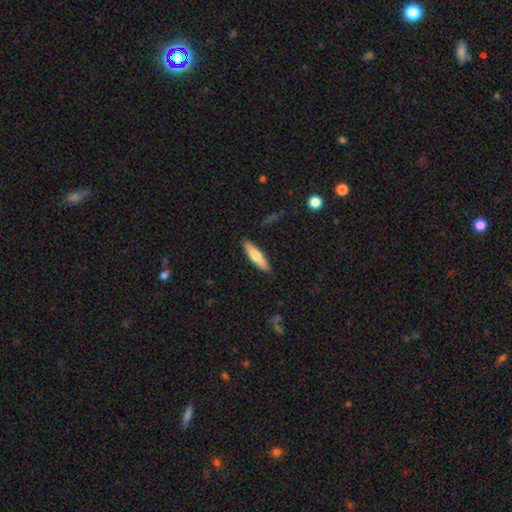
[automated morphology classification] Smooth or featured: smooth — 61% (featured or disk — 33%)
How rounded: cigar-shaped — 72% (in between — 26%)
Merging: none — 90% (minor disturbance — 8%)